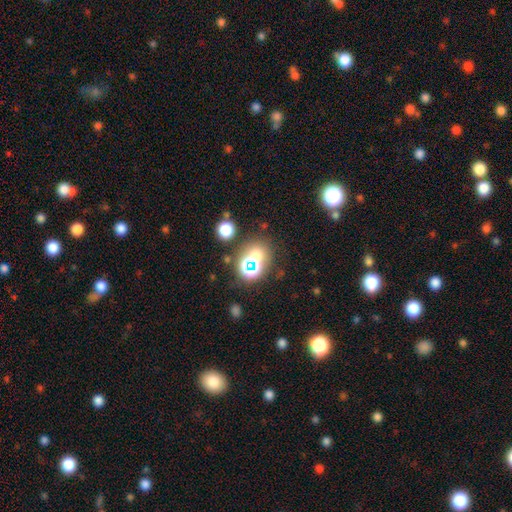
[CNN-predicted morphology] type=smooth (50%); roundness=round (73%); merging=none (63%).